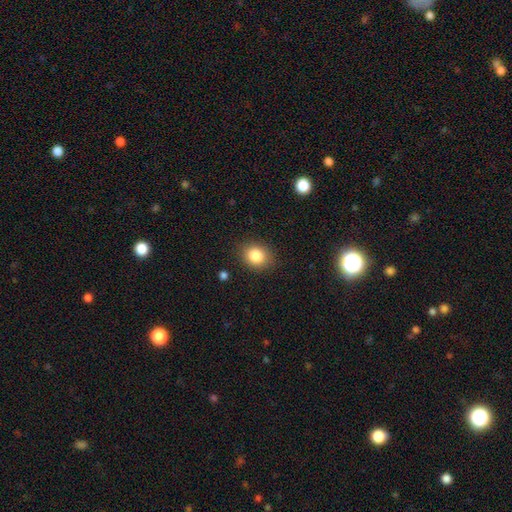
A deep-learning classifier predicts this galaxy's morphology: This is clearly a smooth galaxy (84%). How rounded: likely round (66%). Merging: clearly none (87%).